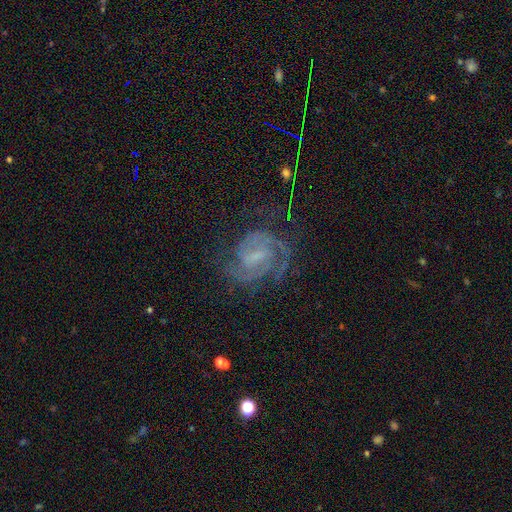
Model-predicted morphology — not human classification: Smooth or featured? Predicted: featured or disk (p=0.82). Edge-on disk? Predicted: no (p=0.97). Bar? Predicted: weak (p=0.55). Spiral arms? Predicted: yes (p=0.94). Spiral winding? Predicted: tight (p=0.49). Spiral arm count? Predicted: 2 (p=0.48). Bulge size? Predicted: small (p=0.49). Merging? Predicted: none (p=0.66).